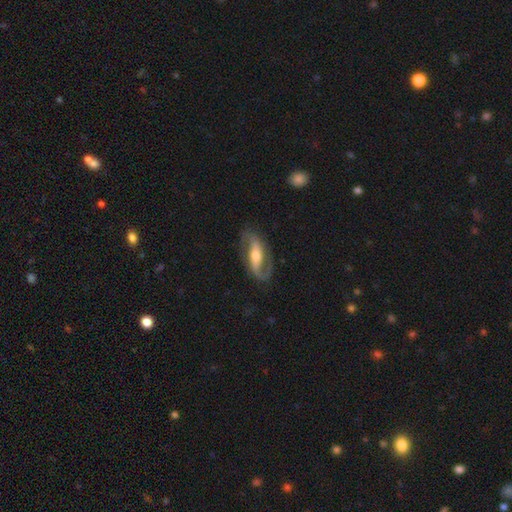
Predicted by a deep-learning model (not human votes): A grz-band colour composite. It shows a featured or disk galaxy (85%) with a strong bar (46%), 2 (86%) medium (45%) spiral arms (93%) and a moderate central bulge (65%). Merging: none (77%).